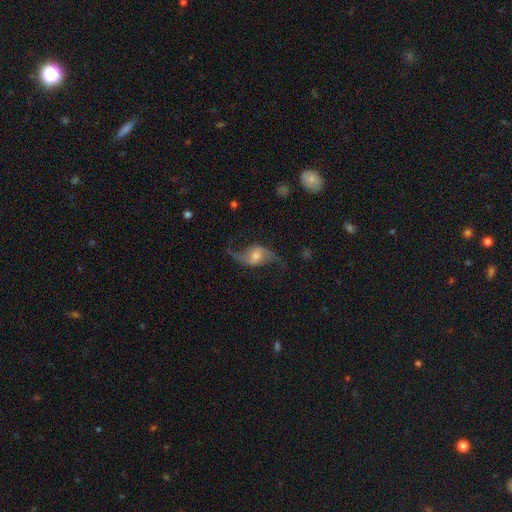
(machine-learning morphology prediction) type=featured or disk (86%); edge-on=no (96%); bar=weak (43%); spiral arms=yes (96%); winding=loose (84%); arm count=2 (93%); bulge=moderate (51%); merging=none (72%).